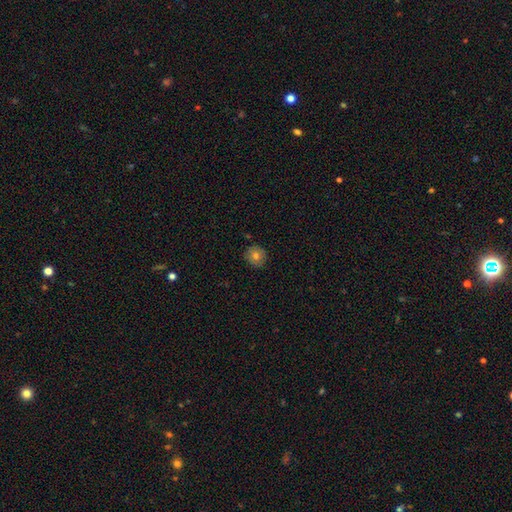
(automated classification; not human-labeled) smooth-or-featured: smooth: 76% | featured or disk: 14% | star or artifact: 10%
  how-rounded: round: 92% | in between: 7% | cigar-shaped: 1%
  merging: none: 88% | minor disturbance: 9% | major disturbance: 2% | merger: 1%